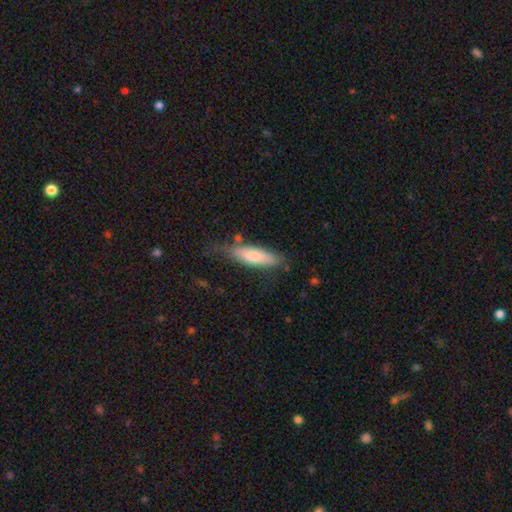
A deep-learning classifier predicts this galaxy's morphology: Smooth or featured?
  - smooth: 77% *
  - featured or disk: 18%
  - star or artifact: 6%
How rounded?
  - cigar-shaped: 52% *
  - in between: 46%
  - round: 2%
Merging?
  - none: 61% *
  - minor disturbance: 26%
  - major disturbance: 9%
  - merger: 5%